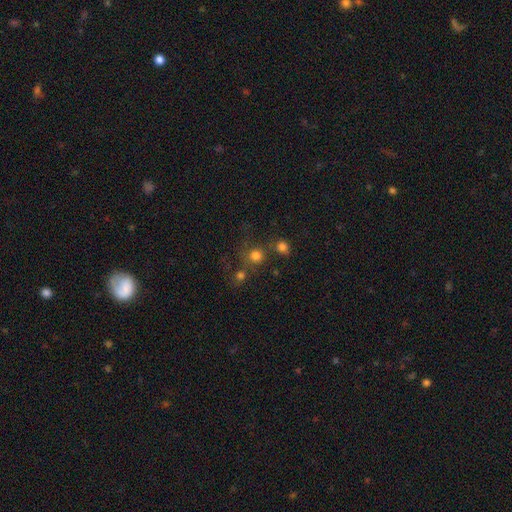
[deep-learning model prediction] Smooth or featured? Predicted: smooth (p=0.74). How rounded? Predicted: round (p=0.89). Merging? Predicted: none (p=0.63).